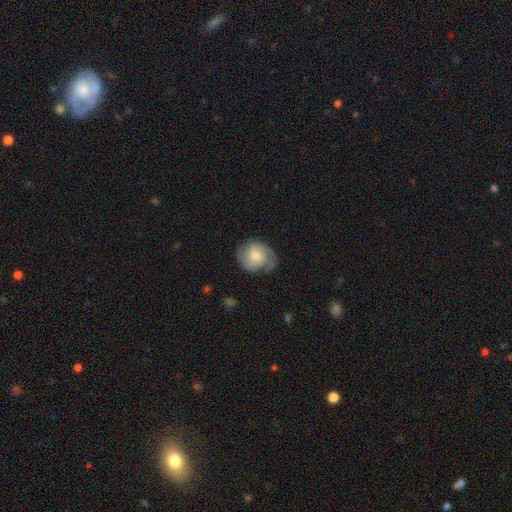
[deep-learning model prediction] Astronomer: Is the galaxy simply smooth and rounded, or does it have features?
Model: smooth — 47% (runner-up: featured or disk, 46%).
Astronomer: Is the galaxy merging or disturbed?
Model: none — 62%.